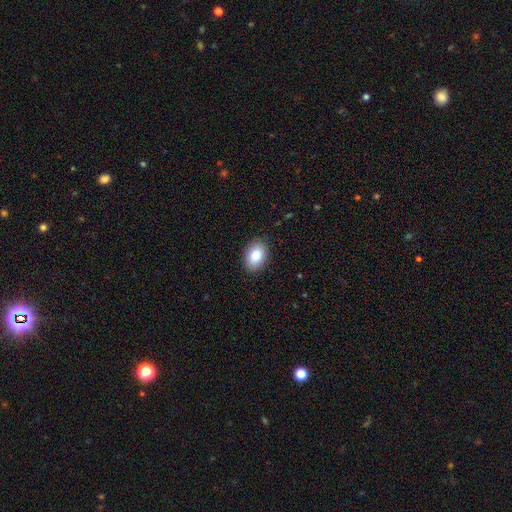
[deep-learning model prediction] Overall: smooth (83%). How rounded: in between (80%). Merging: none (89%).